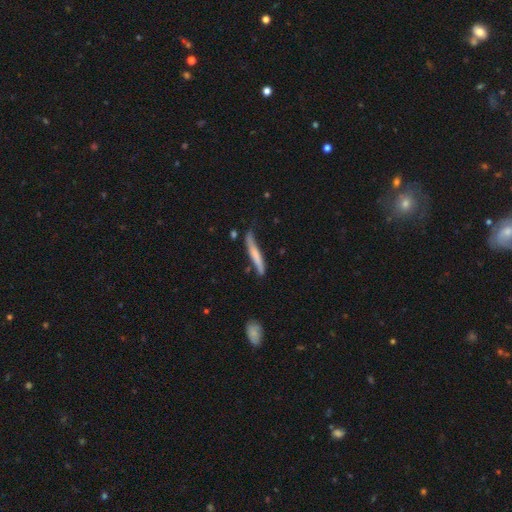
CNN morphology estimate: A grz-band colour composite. It shows a smooth galaxy with no disk features (61%) that is cigar-shaped (94%). Merging: none (58%).